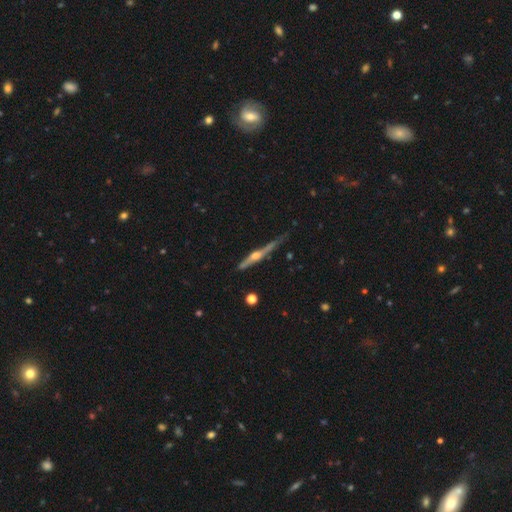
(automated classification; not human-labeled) Smooth or featured?
  - featured or disk: 79% *
  - smooth: 15%
  - star or artifact: 6%
Edge-on disk?
  - yes: 97% *
  - no: 3%
Edge-on bulge?
  - rounded: 90% *
  - none: 6%
  - boxy: 5%
Merging?
  - none: 70% *
  - minor disturbance: 22%
  - major disturbance: 5%
  - merger: 3%